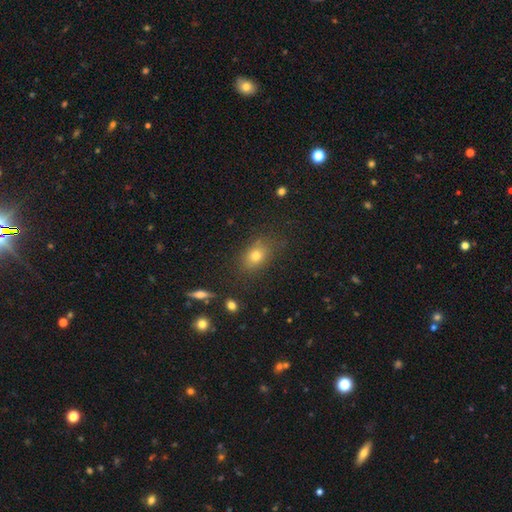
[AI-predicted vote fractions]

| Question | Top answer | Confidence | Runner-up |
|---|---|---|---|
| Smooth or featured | smooth | 74% | star or artifact (15%) |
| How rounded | in between | 68% | round (29%) |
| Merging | none | 76% | minor disturbance (16%) |